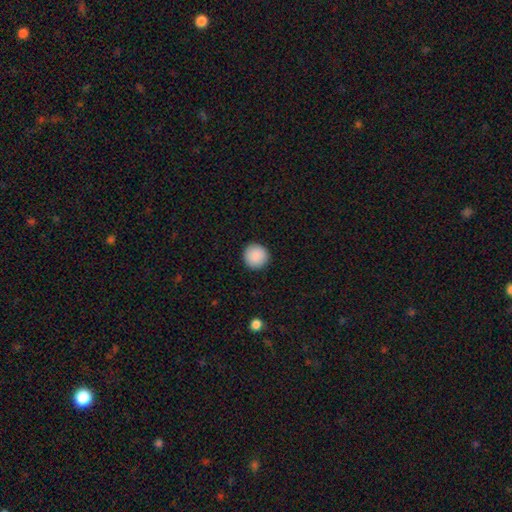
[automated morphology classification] Smooth or featured? smooth (90%)
How rounded? round (96%)
Merging? none (93%)